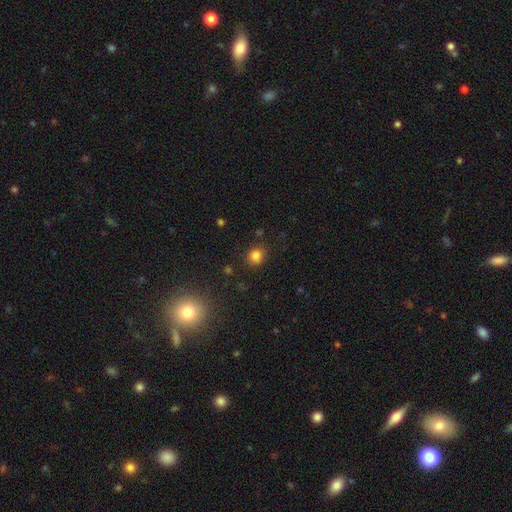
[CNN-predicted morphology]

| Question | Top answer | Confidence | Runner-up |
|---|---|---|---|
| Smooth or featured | smooth | 79% | star or artifact (15%) |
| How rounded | round | 77% | in between (22%) |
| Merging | none | 78% | minor disturbance (13%) |